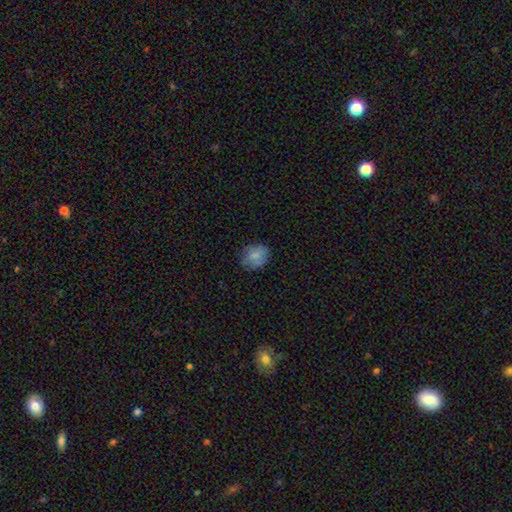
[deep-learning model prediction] Smooth or featured?
  - smooth: 82% *
  - featured or disk: 9%
  - star or artifact: 9%
How rounded?
  - round: 61% *
  - in between: 38%
  - cigar-shaped: 1%
Merging?
  - none: 78% *
  - minor disturbance: 17%
  - major disturbance: 4%
  - merger: 1%